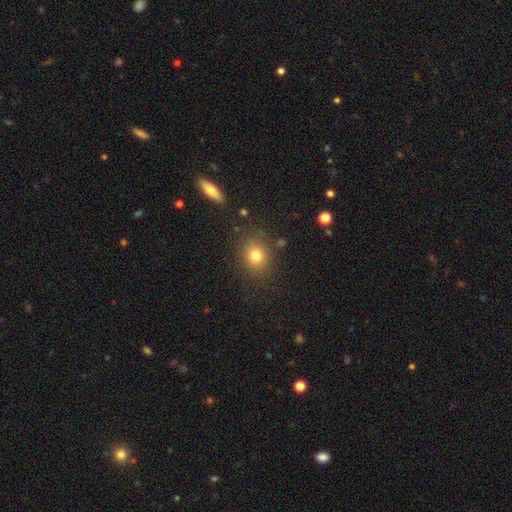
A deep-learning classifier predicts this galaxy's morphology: Smooth or featured? smooth (78%)
How rounded? round (63%)
Merging? none (83%)